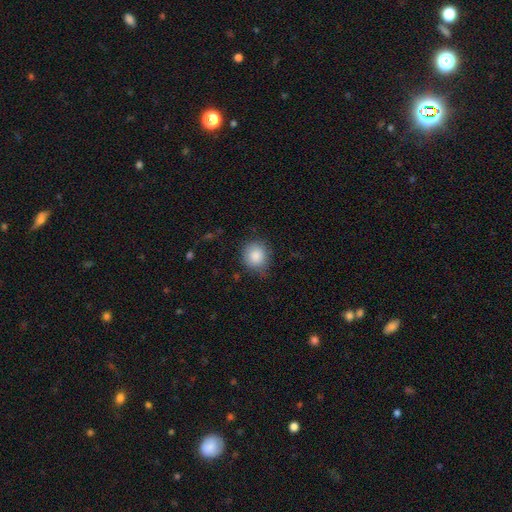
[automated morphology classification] Smooth or featured? smooth (87%)
How rounded? round (84%)
Merging? none (76%)